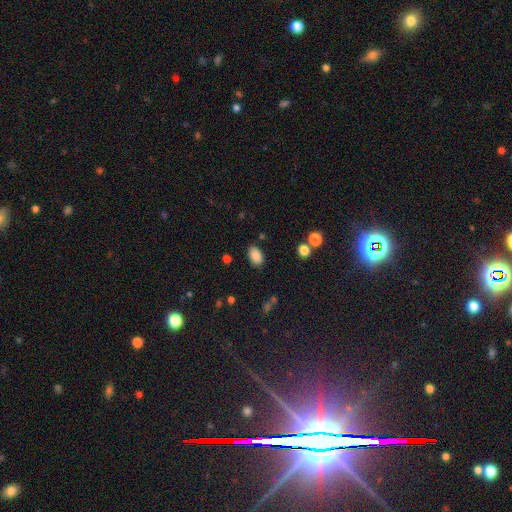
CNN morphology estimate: smooth-or-featured: smooth: 86% | star or artifact: 9% | featured or disk: 4%
  how-rounded: in between: 89% | round: 9% | cigar-shaped: 1%
  merging: none: 83% | minor disturbance: 12% | major disturbance: 3% | merger: 2%